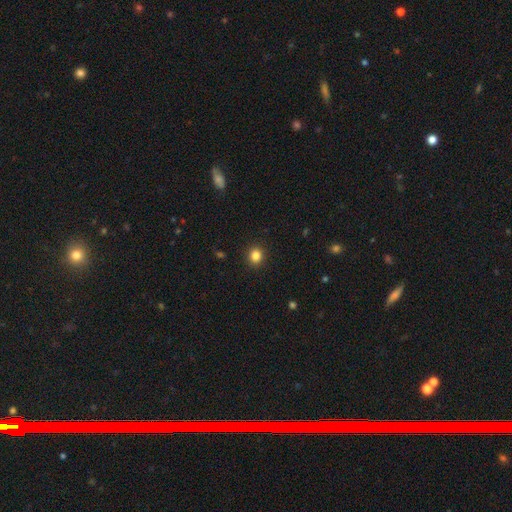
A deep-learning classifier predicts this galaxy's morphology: Smooth or featured: smooth — 84% (star or artifact — 12%)
How rounded: round — 88% (in between — 11%)
Merging: none — 92% (minor disturbance — 5%)